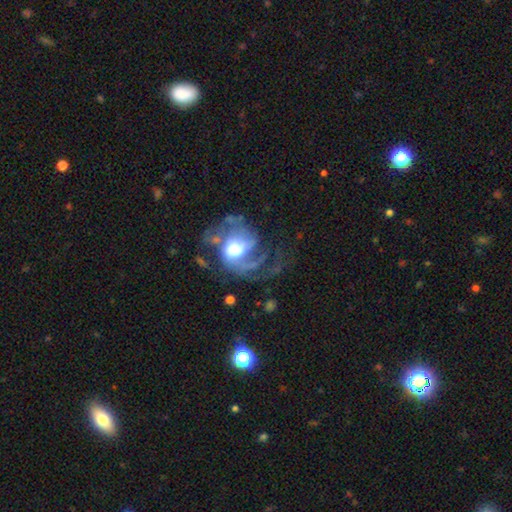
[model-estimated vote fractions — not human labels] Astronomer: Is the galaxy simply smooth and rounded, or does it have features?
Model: featured or disk — 83%.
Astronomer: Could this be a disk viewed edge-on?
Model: no — 98%.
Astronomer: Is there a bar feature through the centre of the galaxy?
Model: no — 48% (runner-up: weak, 38%).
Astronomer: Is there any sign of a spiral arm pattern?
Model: yes — 93%.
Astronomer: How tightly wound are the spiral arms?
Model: medium — 47% (runner-up: loose, 29%).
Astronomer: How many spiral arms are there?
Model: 2 — 52%.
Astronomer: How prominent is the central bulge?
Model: moderate — 56%.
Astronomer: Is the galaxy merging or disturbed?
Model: none — 49% (runner-up: major disturbance, 31%).